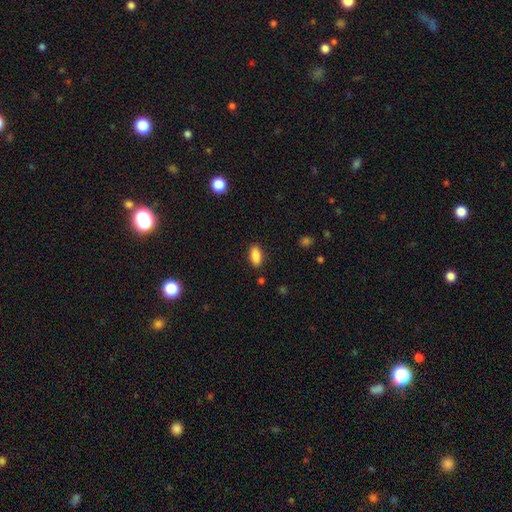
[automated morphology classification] Smooth or featured? smooth (88%)
How rounded? in between (83%)
Merging? none (87%)